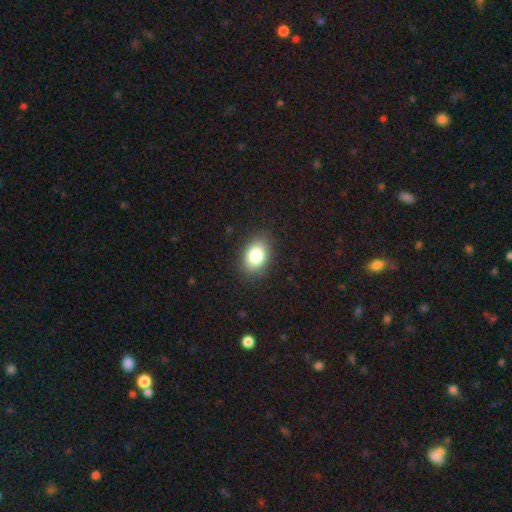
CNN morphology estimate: A smooth galaxy with no disk features (83%) that is in between round and cigar-shaped (78%).

Vote fractions:
- Smooth or featured? smooth: 83% / star or artifact: 9% / featured or disk: 8%
- How rounded? in between: 78% / round: 20% / cigar-shaped: 1%
- Merging? none: 85% / minor disturbance: 11% / major disturbance: 3% / merger: 1%